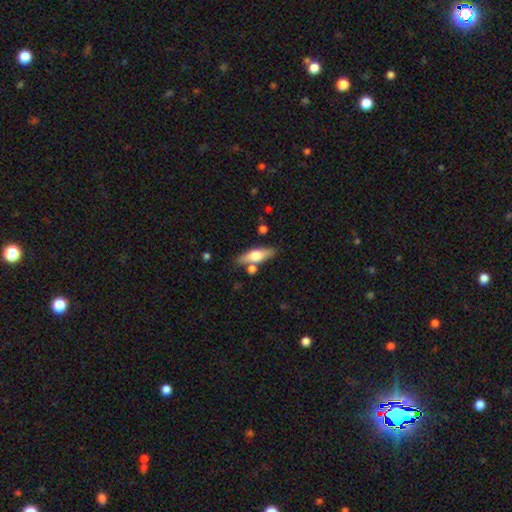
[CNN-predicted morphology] This appears to be a smooth galaxy with no disk features (52%) that is cigar-shaped (52%). Merging: none (76%).